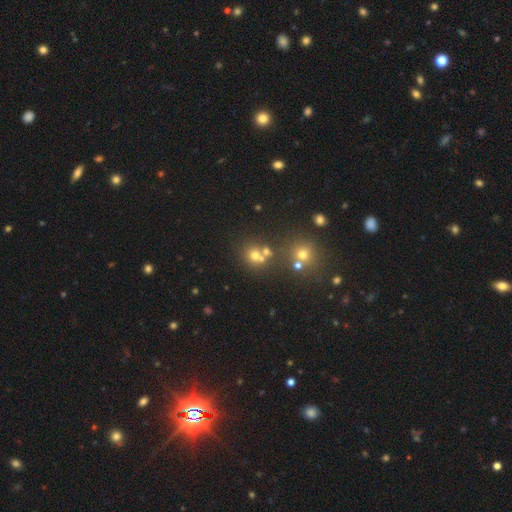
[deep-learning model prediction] Morphology: type=smooth (64%); roundness=round (84%); merging=none (58%).